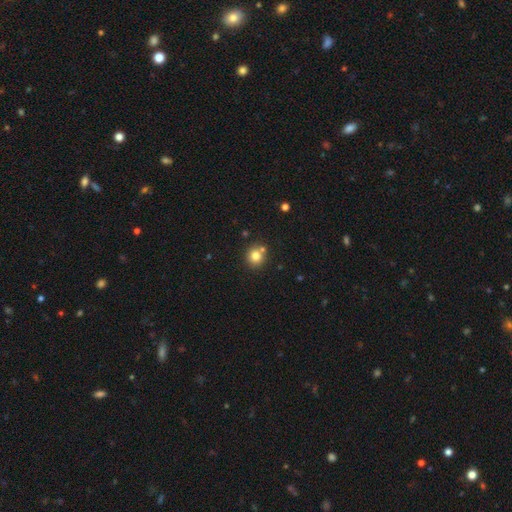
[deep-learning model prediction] This appears to be a smooth galaxy with no disk features (80%) that is round (88%). Merging: none (70%).